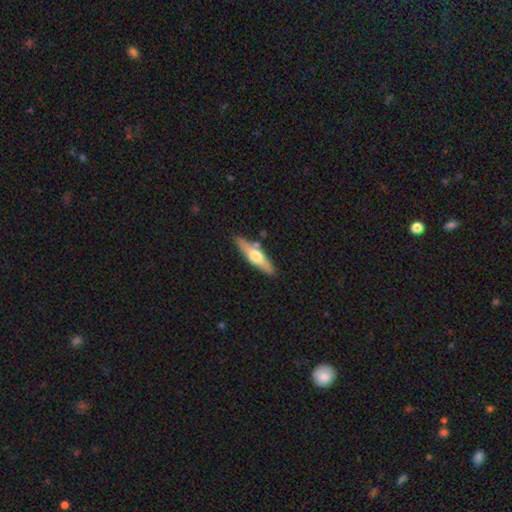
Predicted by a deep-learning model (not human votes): Smooth or featured? featured or disk (56%)
Edge-on disk? yes (93%)
Edge-on bulge? rounded (93%)
Merging? none (82%)